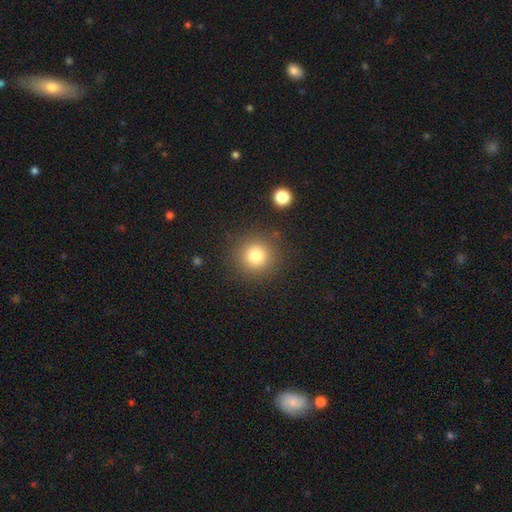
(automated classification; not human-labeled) smooth-or-featured: smooth: 80% | star or artifact: 12% | featured or disk: 8%
  how-rounded: round: 94% | in between: 5% | cigar-shaped: 1%
  merging: none: 86% | minor disturbance: 7% | major disturbance: 3% | merger: 3%